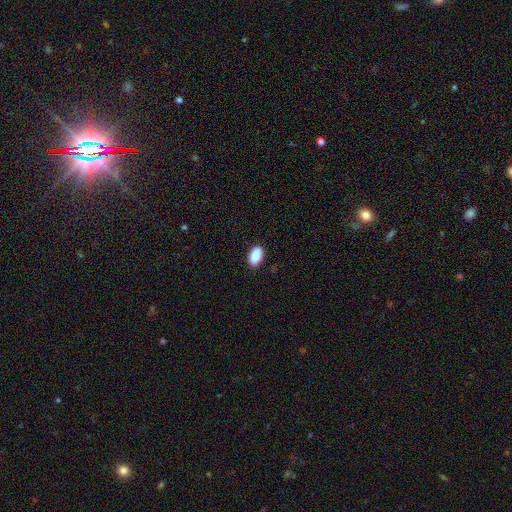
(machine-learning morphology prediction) smooth 90%, star or artifact 7%, featured or disk 3%. Down the decision tree: how rounded — in between (94%); merging — none (89%).